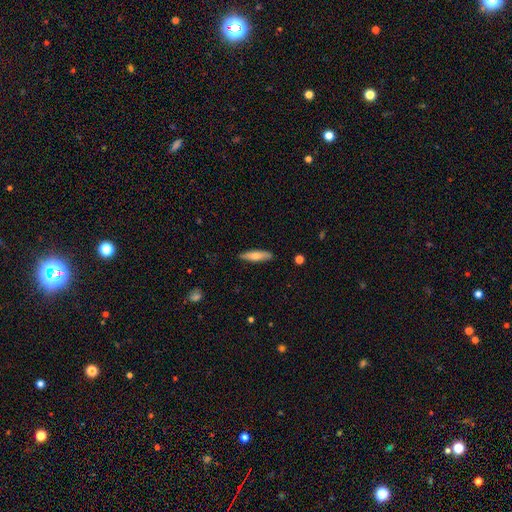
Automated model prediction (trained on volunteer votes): smooth 67%, featured or disk 26%, star or artifact 6%. Down the decision tree: how rounded — cigar-shaped (71%); merging — none (87%).